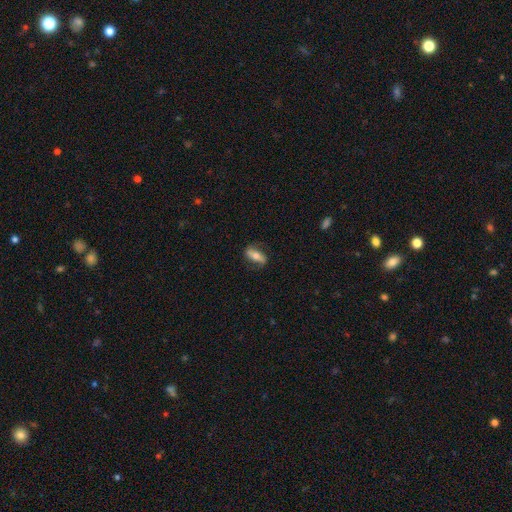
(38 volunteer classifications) Morphology: type=featured or disk (71%); edge-on=no (78%); bar=strong (38%); spiral arms=yes (86%); winding=loose (44%); arm count=2 (100%); bulge=moderate (71%); merging=none (81%).